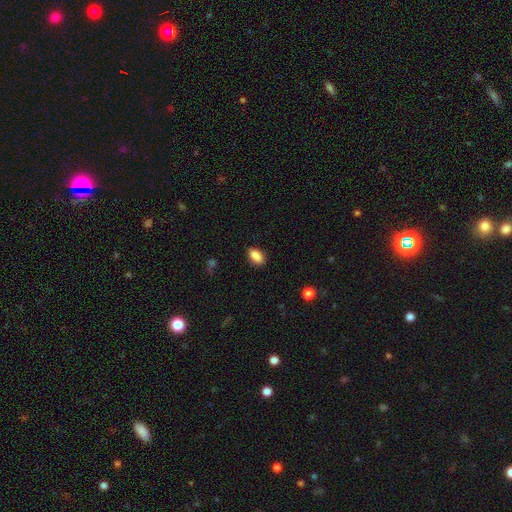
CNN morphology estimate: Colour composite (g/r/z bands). It shows a smooth galaxy with no disk features (87%) that is in between round and cigar-shaped (89%). Merging: none (82%).